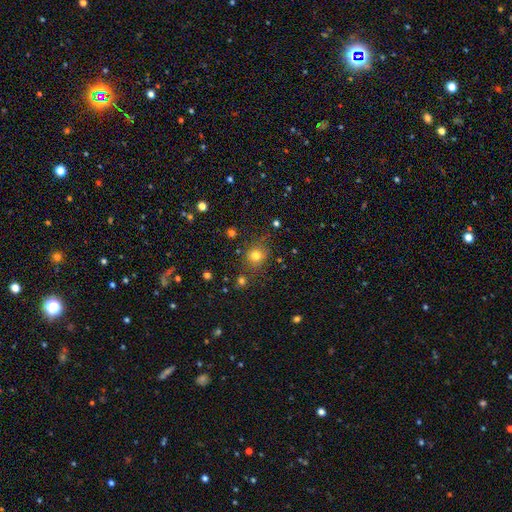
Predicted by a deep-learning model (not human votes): Smooth or featured? smooth (76%)
How rounded? round (82%)
Merging? none (79%)